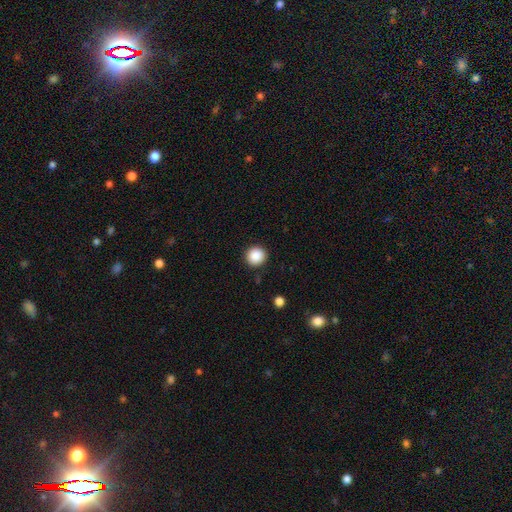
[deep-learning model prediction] smooth-or-featured: smooth: 88% | star or artifact: 9% | featured or disk: 3%
  how-rounded: round: 93% | in between: 6% | cigar-shaped: 1%
  merging: none: 91% | minor disturbance: 6% | major disturbance: 2% | merger: 1%